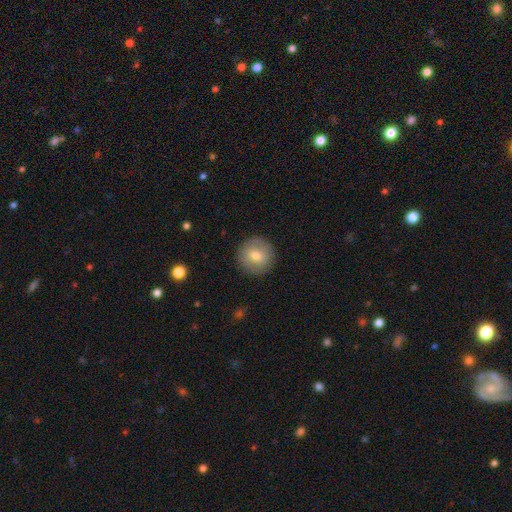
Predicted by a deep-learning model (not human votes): This is likely a smooth galaxy (70%). How rounded: clearly round (94%). Merging: clearly none (89%).